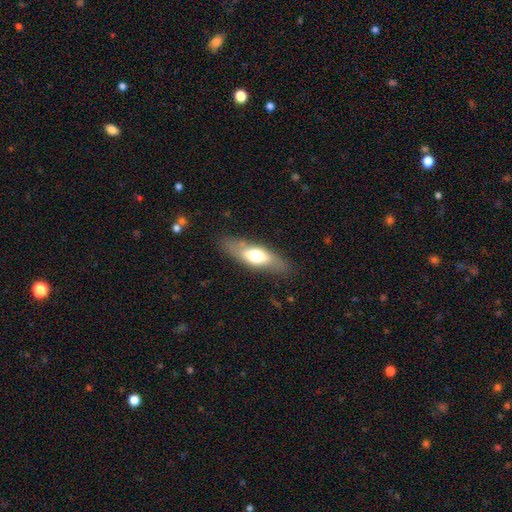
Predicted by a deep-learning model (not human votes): Morphology: type=smooth (57%); roundness=in between (62%); merging=none (78%).